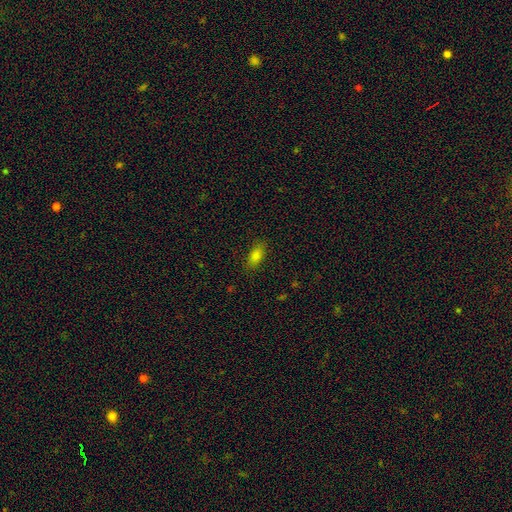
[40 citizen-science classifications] A smooth galaxy with no disk features (88%) that is in between round and cigar-shaped (89%).

Vote fractions:
- Smooth or featured? smooth: 88% / featured or disk: 8% / star or artifact: 5%
- How rounded? in between: 89% / cigar-shaped: 9% / round: 3%
- Merging? none: 89% / minor disturbance: 11% / major disturbance: 0% / merger: 0%